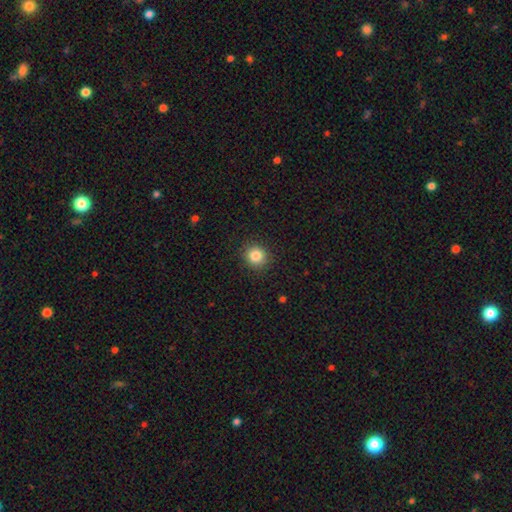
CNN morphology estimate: Smooth or featured?
  - smooth: 84% *
  - star or artifact: 11%
  - featured or disk: 5%
How rounded?
  - round: 89% *
  - in between: 10%
  - cigar-shaped: 1%
Merging?
  - none: 90% *
  - minor disturbance: 7%
  - major disturbance: 2%
  - merger: 1%